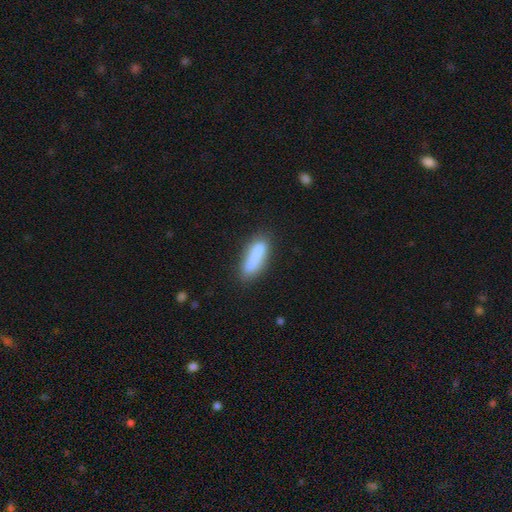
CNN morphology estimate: Smooth or featured? Predicted: smooth (p=0.79). How rounded? Predicted: cigar-shaped (p=0.62). Merging? Predicted: none (p=0.70).